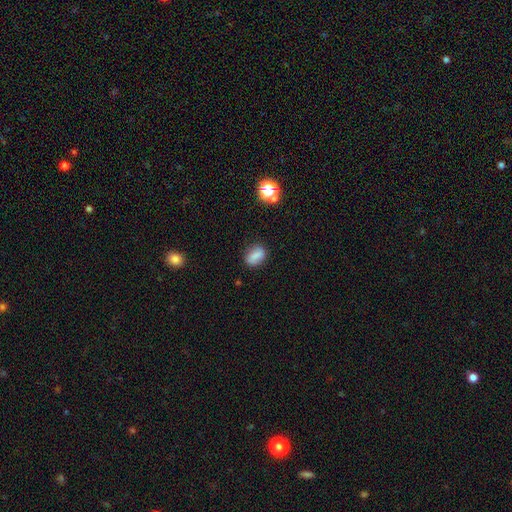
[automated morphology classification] The model was most divided on "how rounded": in between: 71%, round: 24%, cigar-shaped: 6%. More confident: merging — none (78%); smooth or featured — smooth (76%).